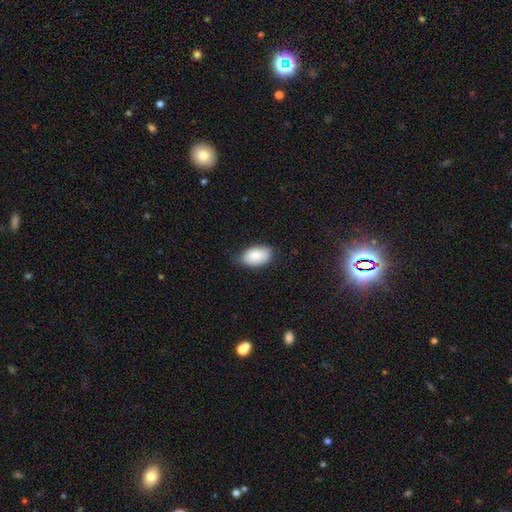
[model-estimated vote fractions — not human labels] A smooth galaxy with no disk features (84%) that is in between round and cigar-shaped (93%).

Vote fractions:
- Smooth or featured? smooth: 84% / featured or disk: 10% / star or artifact: 6%
- How rounded? in between: 93% / round: 6% / cigar-shaped: 1%
- Merging? none: 65% / minor disturbance: 29% / major disturbance: 5% / merger: 1%